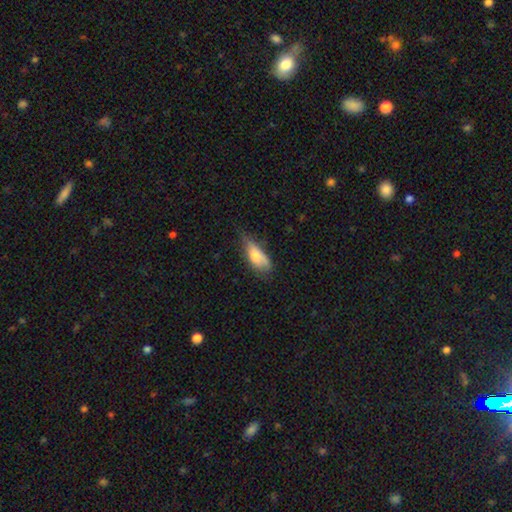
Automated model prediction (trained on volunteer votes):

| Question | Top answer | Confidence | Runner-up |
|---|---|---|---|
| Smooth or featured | smooth | 71% | featured or disk (22%) |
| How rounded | in between | 76% | cigar-shaped (21%) |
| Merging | none | 49% | minor disturbance (36%) |